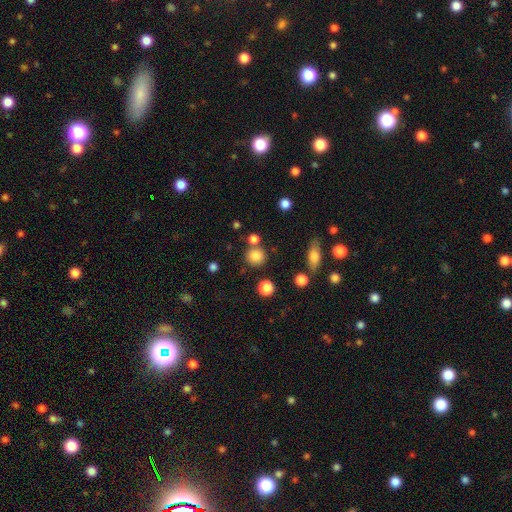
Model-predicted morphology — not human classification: smooth 83%, star or artifact 12%, featured or disk 5%. Down the decision tree: how rounded — round (86%); merging — none (74%).